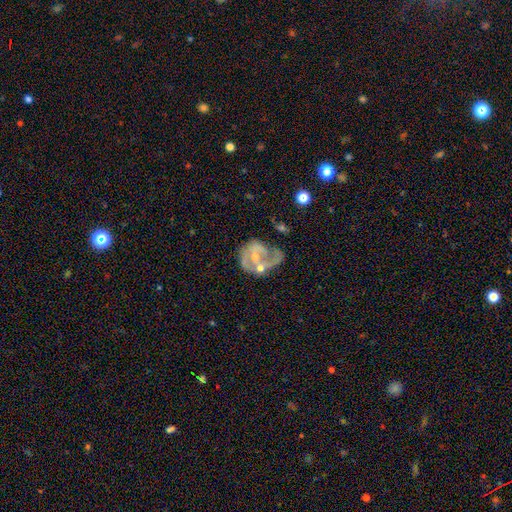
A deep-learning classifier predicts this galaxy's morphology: Q: Smooth or featured?
A: featured or disk (73%); runner-up: smooth (19%)
Q: Edge-on disk?
A: no (98%); runner-up: yes (2%)
Q: Bar?
A: no (50%); runner-up: weak (37%)
Q: Spiral arms?
A: yes (69%); runner-up: no (31%)
Q: Bulge size?
A: small (57%); runner-up: moderate (28%)
Q: Merging?
A: major disturbance (33%); runner-up: none (30%)